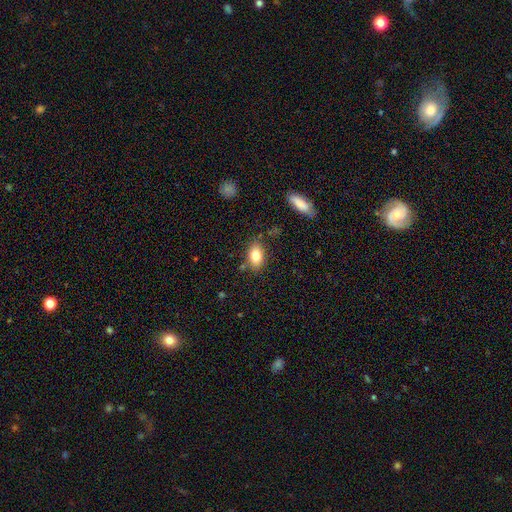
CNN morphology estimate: Q: Smooth or featured?
A: smooth (81%); runner-up: featured or disk (11%)
Q: How rounded?
A: in between (87%); runner-up: round (11%)
Q: Merging?
A: none (80%); runner-up: minor disturbance (13%)